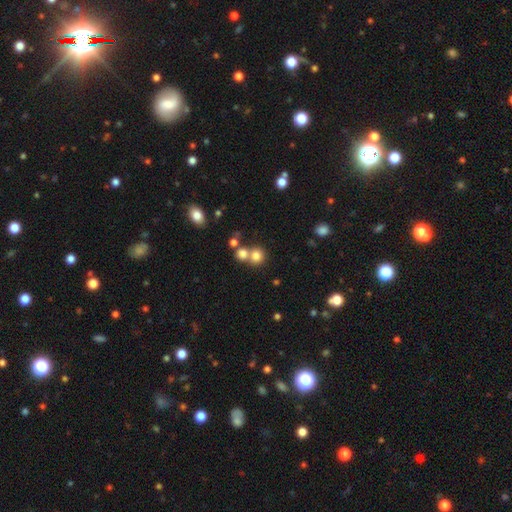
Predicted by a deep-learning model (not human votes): The model was most divided on "merging": none: 52%, merger: 38%, minor disturbance: 7%, major disturbance: 4%. More confident: how rounded — round (86%); smooth or featured — smooth (78%).